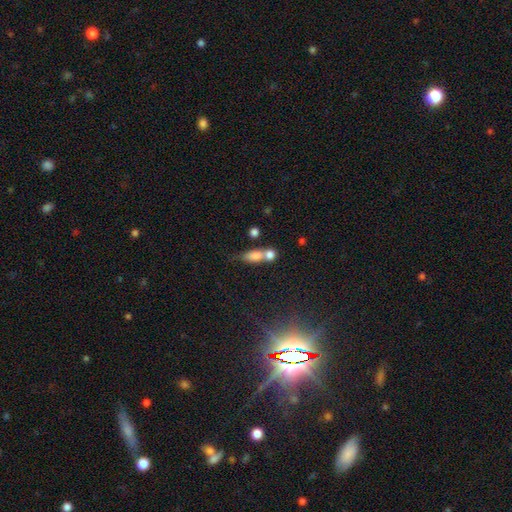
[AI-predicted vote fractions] Smooth or featured? Predicted: smooth (p=0.74). How rounded? Predicted: in between (p=0.63). Merging? Predicted: merger (p=0.51).